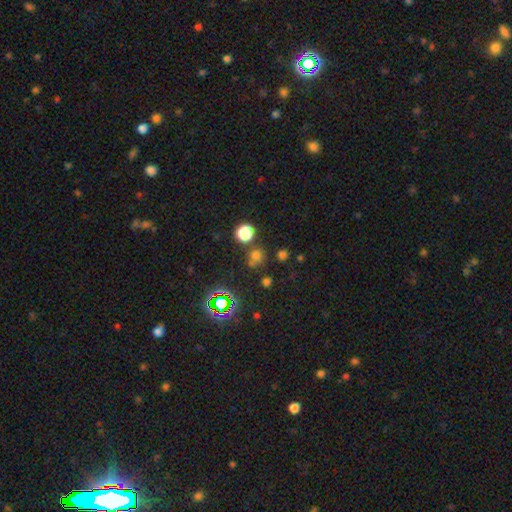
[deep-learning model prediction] This appears to be a smooth galaxy with no disk features (61%) that is round (87%). Merging: none (71%).